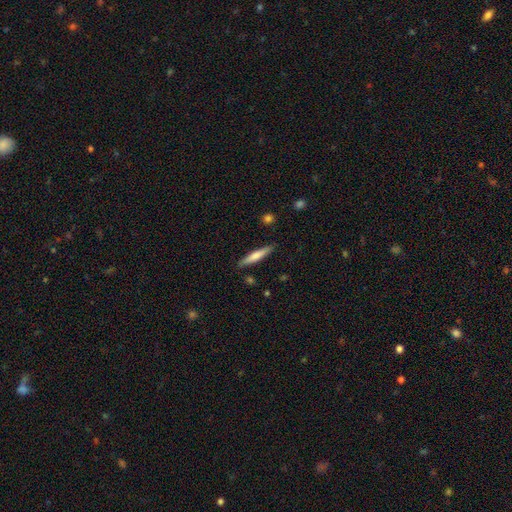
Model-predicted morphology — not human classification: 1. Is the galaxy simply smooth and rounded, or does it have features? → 62% smooth, 33% featured or disk, 6% star or artifact.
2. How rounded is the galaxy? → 91% cigar-shaped, 8% in between, 1% round.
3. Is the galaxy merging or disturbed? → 88% none, 8% minor disturbance, 2% major disturbance, 2% merger.